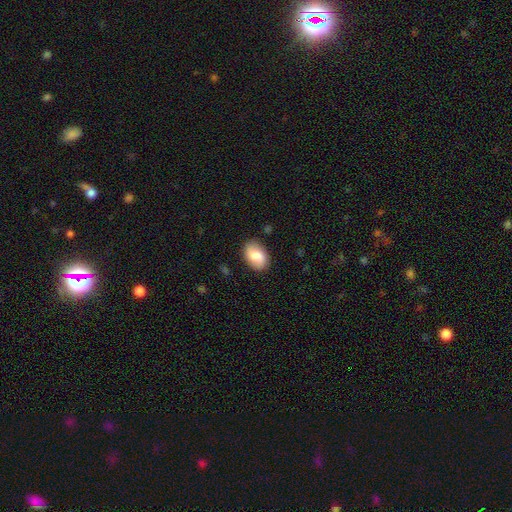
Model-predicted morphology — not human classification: smooth 72%, featured or disk 22%, star or artifact 7%. Down the decision tree: how rounded — in between (87%); merging — none (83%).